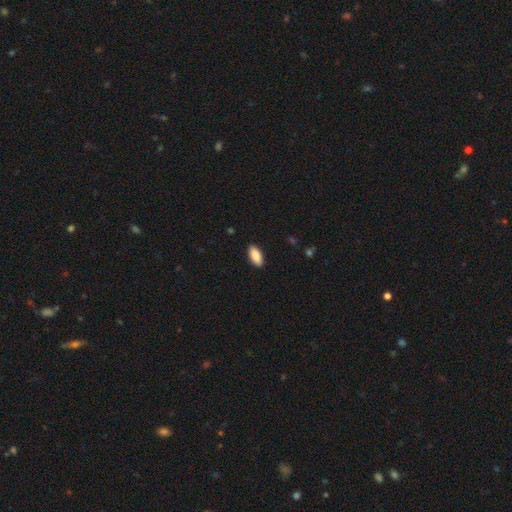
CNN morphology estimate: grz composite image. It shows a smooth galaxy with no disk features (89%) that is in between round and cigar-shaped (86%). Merging: none (89%).